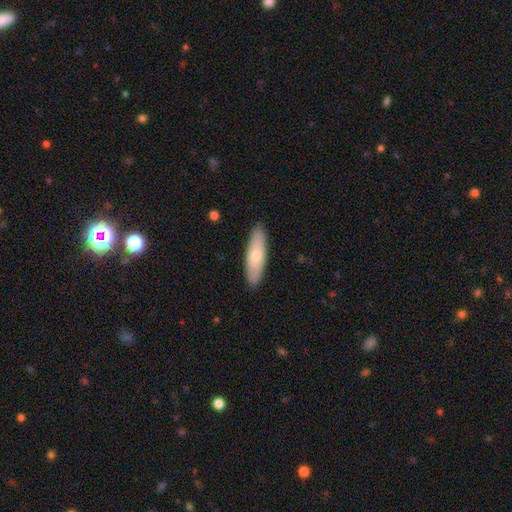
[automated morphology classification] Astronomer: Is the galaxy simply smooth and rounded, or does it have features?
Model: smooth — 71%.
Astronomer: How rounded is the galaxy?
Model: cigar-shaped — 55% (runner-up: in between, 43%).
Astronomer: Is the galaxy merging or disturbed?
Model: none — 89%.